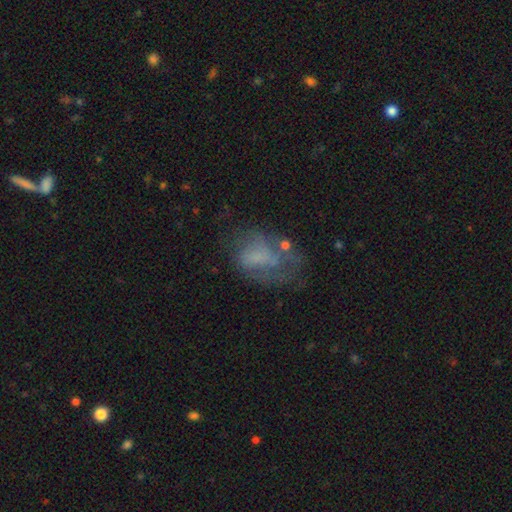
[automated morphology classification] This is marginally a featured or disk galaxy (44%). Merging: marginally major disturbance (38%).